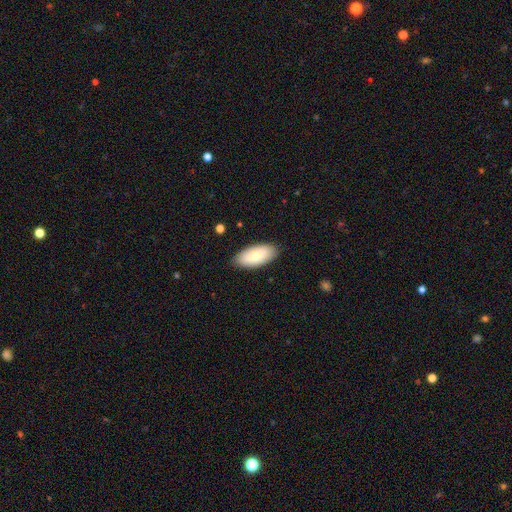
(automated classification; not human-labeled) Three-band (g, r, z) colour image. It shows a smooth galaxy with no disk features (74%) that is in between round and cigar-shaped (92%). Merging: none (86%).